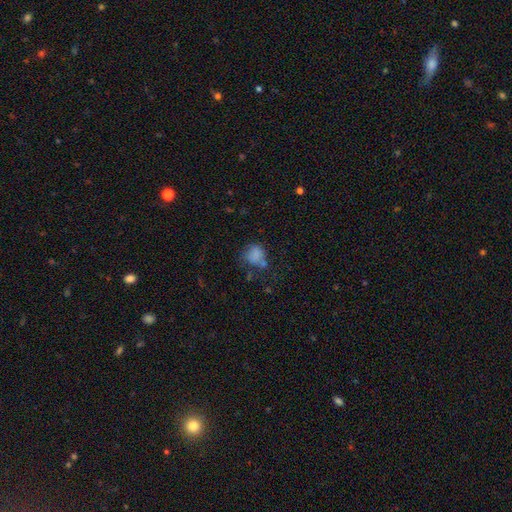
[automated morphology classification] Q: Smooth or featured?
A: smooth (74%); runner-up: featured or disk (13%)
Q: How rounded?
A: round (60%); runner-up: in between (39%)
Q: Merging?
A: none (45%); runner-up: minor disturbance (25%)